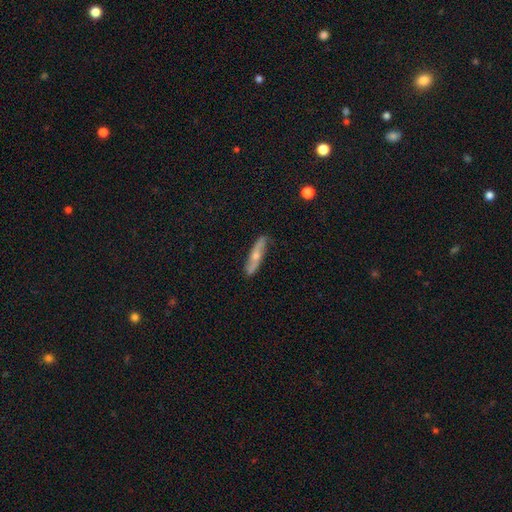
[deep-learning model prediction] This is possibly a featured or disk galaxy (59%). It is possibly not viewed edge-on (53%). Merging: clearly none (80%).